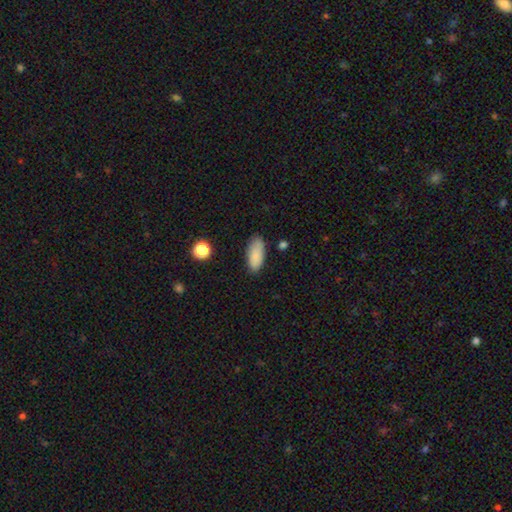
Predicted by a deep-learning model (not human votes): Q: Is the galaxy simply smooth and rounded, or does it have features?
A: smooth — 86%.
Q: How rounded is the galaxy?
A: in between — 88%.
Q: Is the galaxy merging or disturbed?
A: none — 78%.